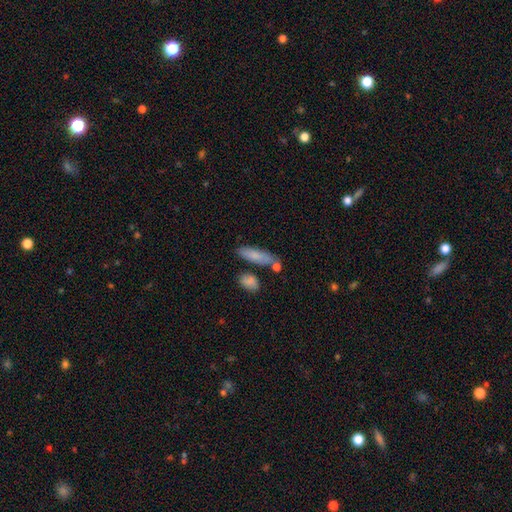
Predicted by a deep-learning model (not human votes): Q: Smooth or featured?
A: smooth (79%); runner-up: featured or disk (14%)
Q: How rounded?
A: cigar-shaped (53%); runner-up: in between (45%)
Q: Merging?
A: none (69%); runner-up: minor disturbance (15%)